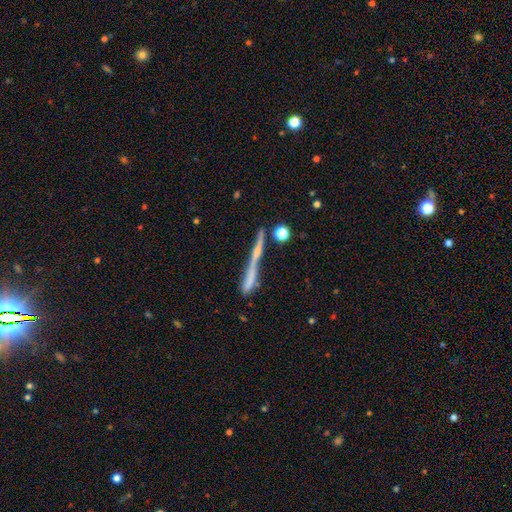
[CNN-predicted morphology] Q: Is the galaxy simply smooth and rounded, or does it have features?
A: featured or disk — 54%.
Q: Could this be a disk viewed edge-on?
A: yes — 91%.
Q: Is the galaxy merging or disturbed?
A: none — 61%.